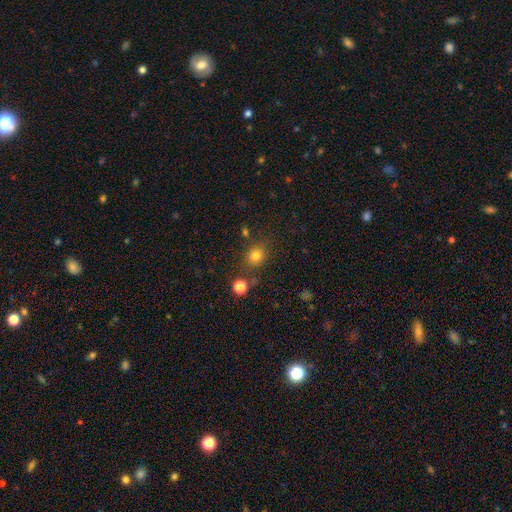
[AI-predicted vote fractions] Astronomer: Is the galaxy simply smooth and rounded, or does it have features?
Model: smooth — 79%.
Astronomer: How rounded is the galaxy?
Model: round — 69%.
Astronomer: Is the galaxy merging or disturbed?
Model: none — 78%.